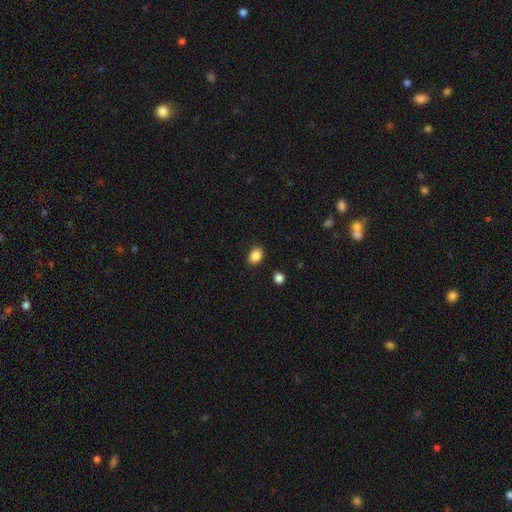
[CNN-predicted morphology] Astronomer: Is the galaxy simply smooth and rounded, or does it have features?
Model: smooth — 87%.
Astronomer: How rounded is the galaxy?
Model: in between — 71%.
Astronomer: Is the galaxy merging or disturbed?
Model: none — 87%.